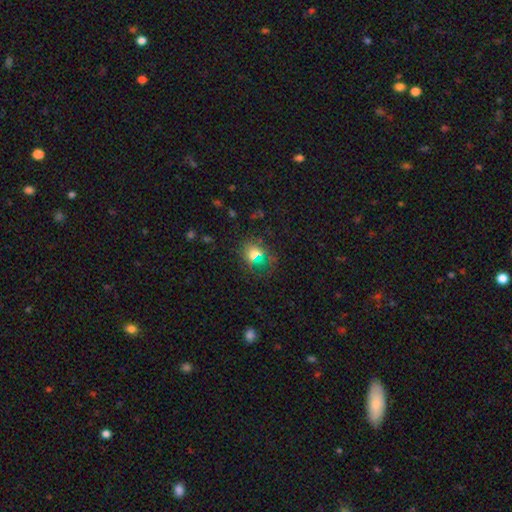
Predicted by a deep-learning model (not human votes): Smooth or featured: smooth — 62% (star or artifact — 27%)
How rounded: round — 72% (in between — 27%)
Merging: none — 78% (minor disturbance — 12%)